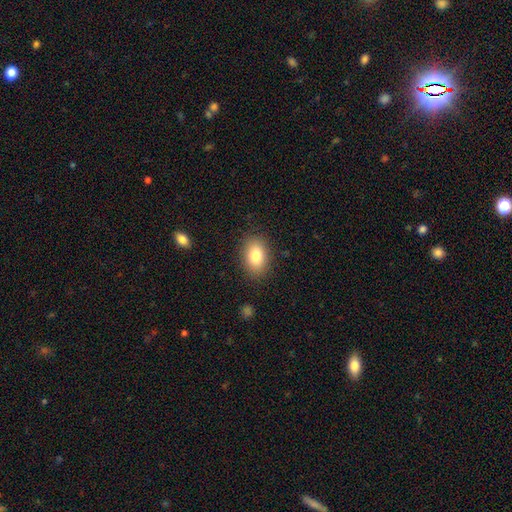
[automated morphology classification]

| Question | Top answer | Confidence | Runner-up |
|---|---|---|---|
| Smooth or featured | smooth | 82% | featured or disk (10%) |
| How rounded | in between | 86% | round (13%) |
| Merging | none | 86% | minor disturbance (10%) |